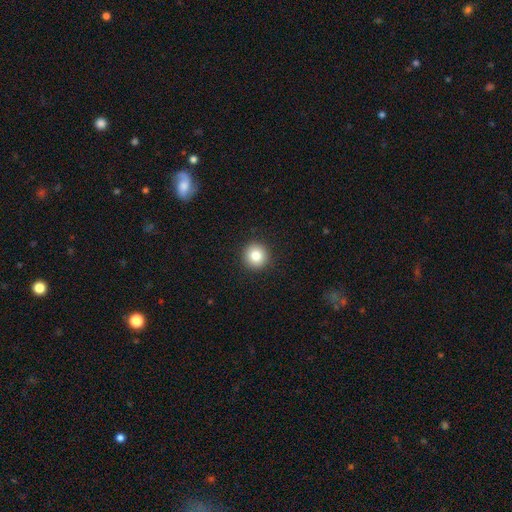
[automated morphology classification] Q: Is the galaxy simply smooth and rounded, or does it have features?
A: smooth — 82%.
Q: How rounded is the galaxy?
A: round — 95%.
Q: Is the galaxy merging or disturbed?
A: none — 93%.